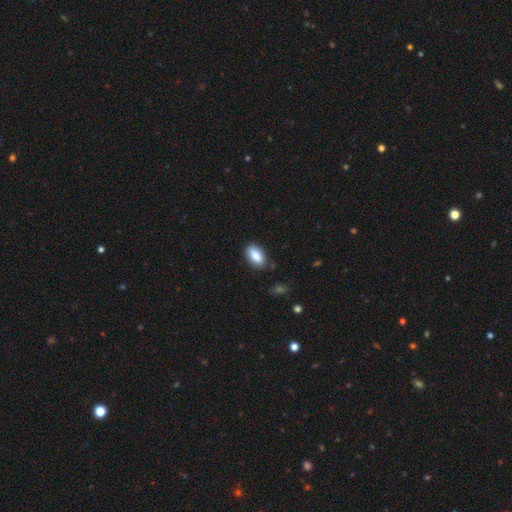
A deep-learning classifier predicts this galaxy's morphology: Q: Smooth or featured?
A: smooth (86%); runner-up: star or artifact (7%)
Q: How rounded?
A: in between (90%); runner-up: cigar-shaped (6%)
Q: Merging?
A: none (82%); runner-up: minor disturbance (13%)